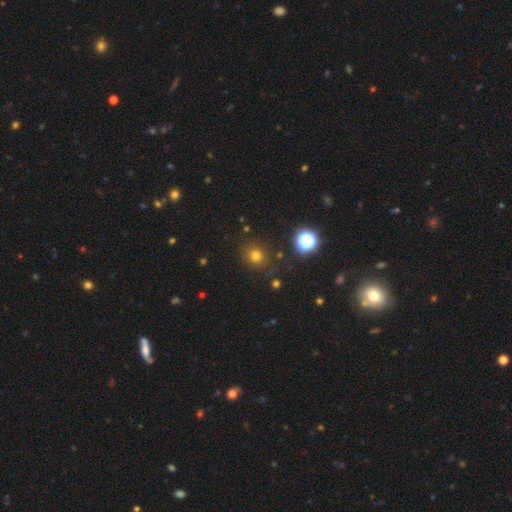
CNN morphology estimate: The model was most divided on "smooth or featured": smooth: 74%, star or artifact: 20%, featured or disk: 6%. More confident: how rounded — round (87%); merging — none (84%).